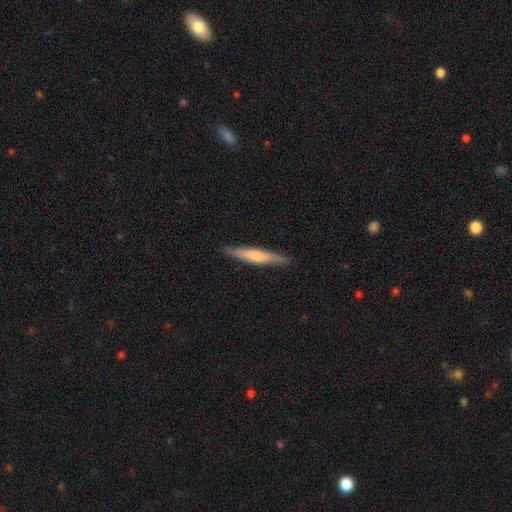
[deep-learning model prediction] Smooth or featured? smooth (54%)
How rounded? cigar-shaped (92%)
Merging? none (89%)